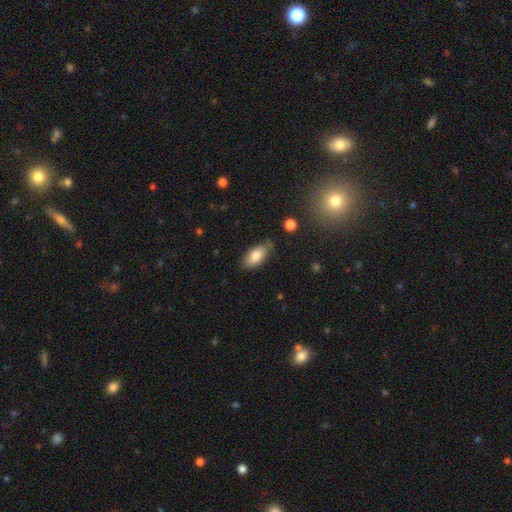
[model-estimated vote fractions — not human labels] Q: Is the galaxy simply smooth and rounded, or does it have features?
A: smooth — 80%.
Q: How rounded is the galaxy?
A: in between — 92%.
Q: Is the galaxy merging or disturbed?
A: none — 72%.